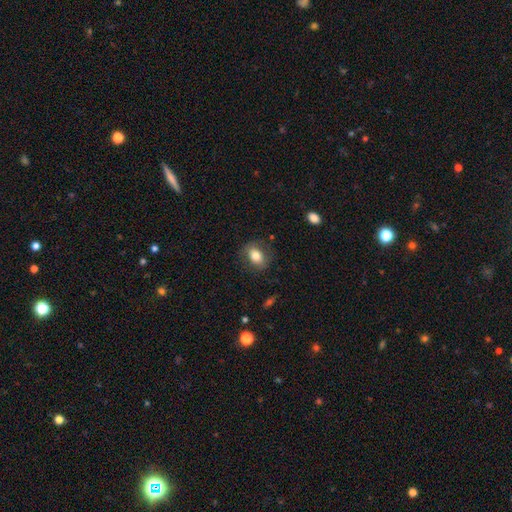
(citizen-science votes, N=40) Q: Smooth or featured?
A: smooth (75%); runner-up: featured or disk (22%)
Q: How rounded?
A: in between (70%); runner-up: round (30%)
Q: Merging?
A: none (87%); runner-up: minor disturbance (8%)